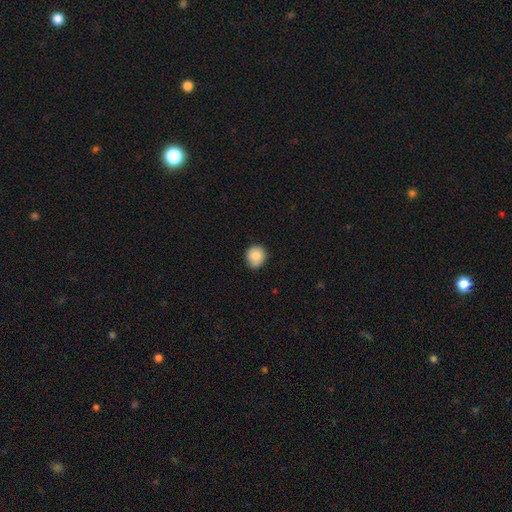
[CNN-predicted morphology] The model was most divided on "smooth or featured": smooth: 81%, featured or disk: 10%, star or artifact: 8%. More confident: how rounded — round (87%); merging — none (85%).